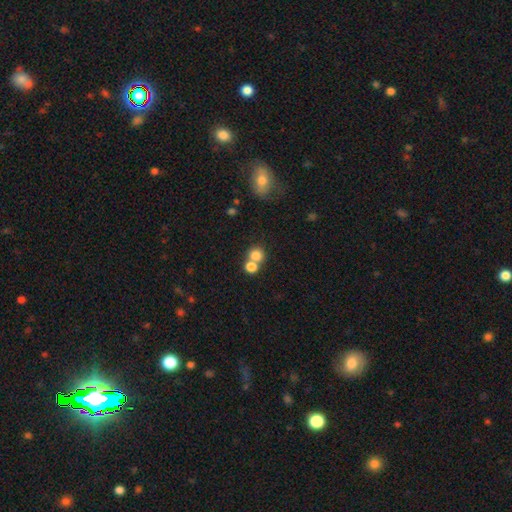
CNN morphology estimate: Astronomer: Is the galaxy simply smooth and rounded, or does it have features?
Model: smooth — 79%.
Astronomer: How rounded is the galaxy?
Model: round — 79%.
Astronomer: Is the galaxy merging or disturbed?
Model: merger — 49% (runner-up: none, 42%).